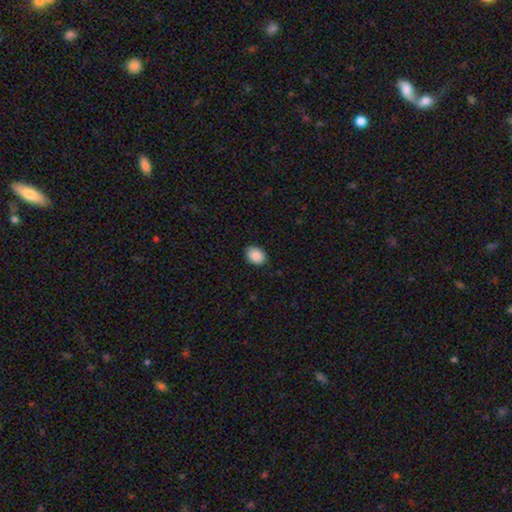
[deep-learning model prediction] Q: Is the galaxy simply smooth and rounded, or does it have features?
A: smooth — 89%.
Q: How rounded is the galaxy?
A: in between — 73%.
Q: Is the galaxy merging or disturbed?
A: none — 89%.